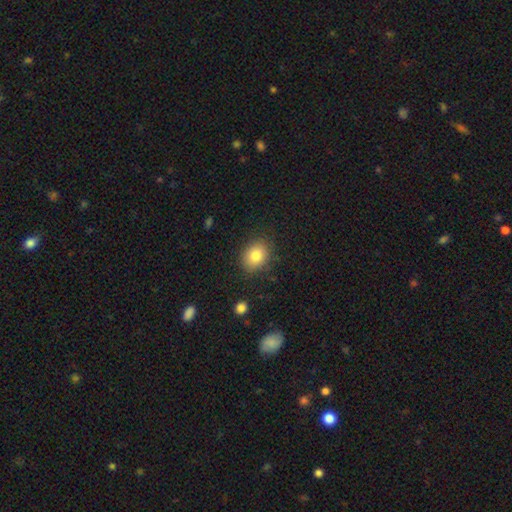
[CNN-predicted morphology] smooth-or-featured: smooth: 82% | star or artifact: 9% | featured or disk: 9%
  how-rounded: in between: 50% | round: 49% | cigar-shaped: 1%
  merging: none: 85% | minor disturbance: 11% | major disturbance: 3% | merger: 1%